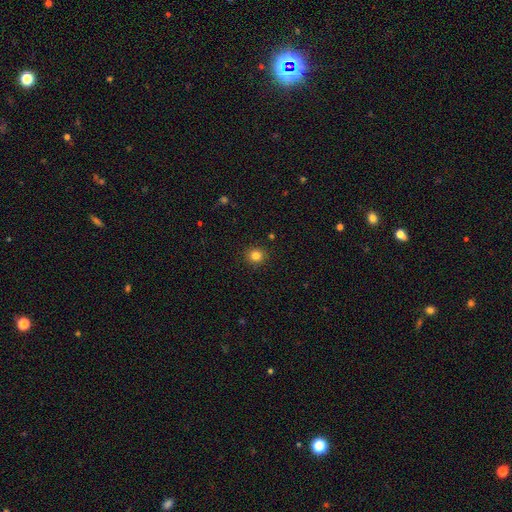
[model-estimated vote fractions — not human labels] Smooth or featured?
  - smooth: 83% *
  - star or artifact: 12%
  - featured or disk: 5%
How rounded?
  - round: 89% *
  - in between: 10%
  - cigar-shaped: 1%
Merging?
  - none: 91% *
  - minor disturbance: 6%
  - major disturbance: 2%
  - merger: 1%